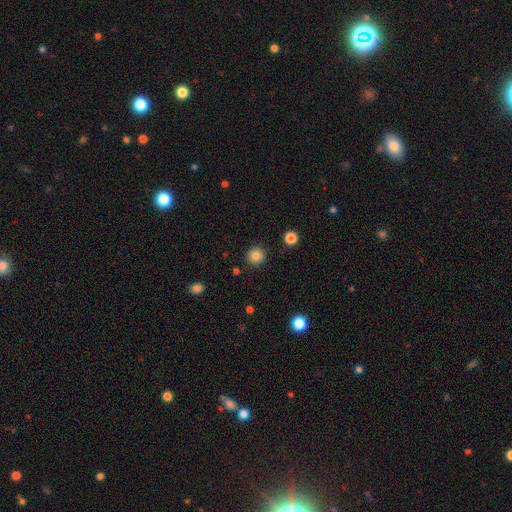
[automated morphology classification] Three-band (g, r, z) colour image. It shows a smooth galaxy with no disk features (85%) that is round (93%). Merging: none (90%).